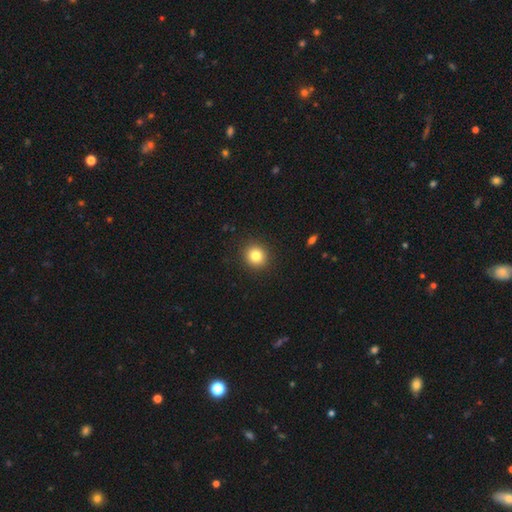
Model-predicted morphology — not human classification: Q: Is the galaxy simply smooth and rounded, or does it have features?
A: smooth — 82%.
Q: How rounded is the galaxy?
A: round — 90%.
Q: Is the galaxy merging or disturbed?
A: none — 92%.